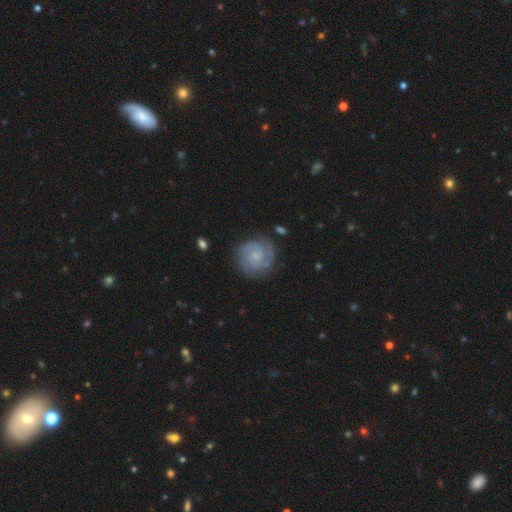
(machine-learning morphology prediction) A featured or disk galaxy (87%) with no bar (67%), 3 (35%) tight (68%) spiral arms (98%) and a small central bulge (66%). Merging: none (81%).